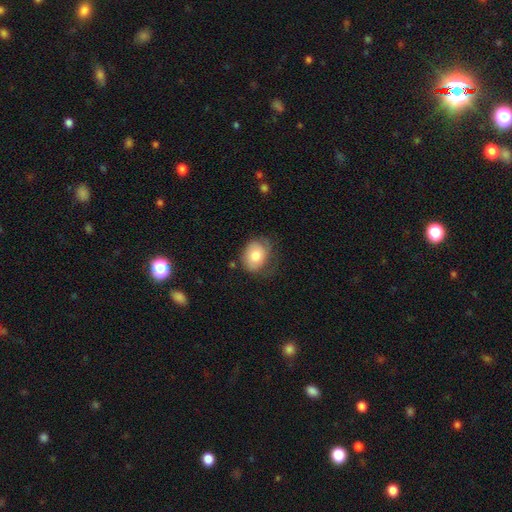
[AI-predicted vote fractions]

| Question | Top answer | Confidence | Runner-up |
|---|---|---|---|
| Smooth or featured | smooth | 73% | featured or disk (20%) |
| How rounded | in between | 57% | round (43%) |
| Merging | none | 55% | minor disturbance (30%) |